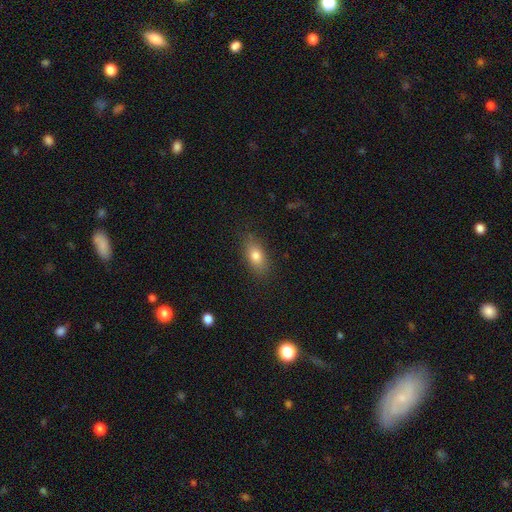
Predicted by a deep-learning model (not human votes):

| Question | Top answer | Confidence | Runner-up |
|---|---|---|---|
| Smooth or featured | smooth | 79% | featured or disk (12%) |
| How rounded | in between | 83% | round (9%) |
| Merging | none | 83% | minor disturbance (12%) |